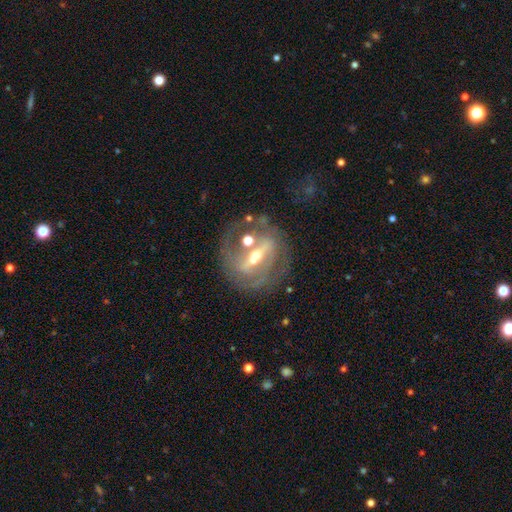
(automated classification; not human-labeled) Smooth or featured? featured or disk (82%)
Edge-on disk? no (86%)
Bar? strong (67%)
Spiral arms? yes (73%)
Spiral winding? tight (50%)
Spiral arm count? 2 (55%)
Bulge size? moderate (54%)
Merging? none (61%)